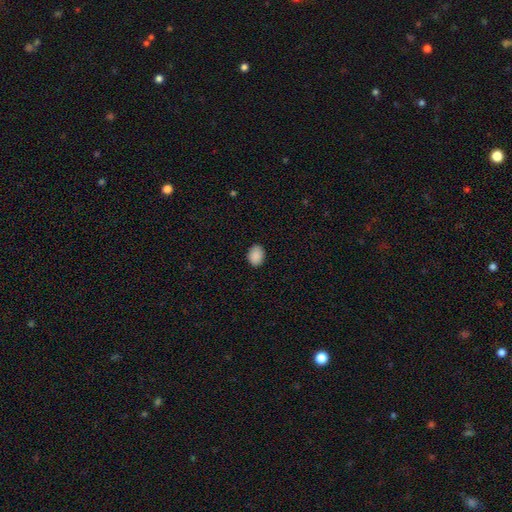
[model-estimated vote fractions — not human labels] This appears to be a smooth galaxy with no disk features (89%) that is in between round and cigar-shaped (65%). Merging: none (88%).